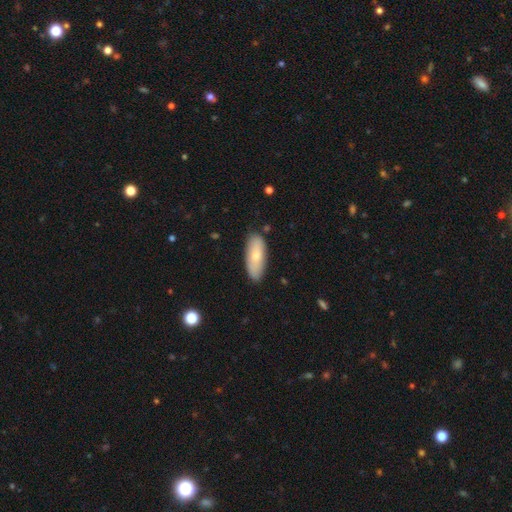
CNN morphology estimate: type=smooth (73%); roundness=in between (76%); merging=none (84%).